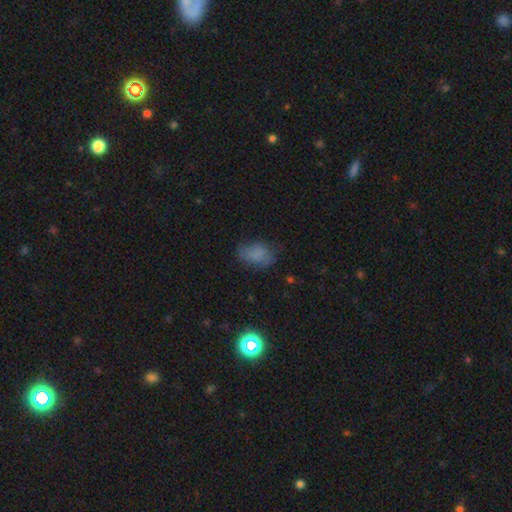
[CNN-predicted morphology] This is likely a smooth galaxy (71%). How rounded: clearly in between (83%). Merging: likely none (61%).